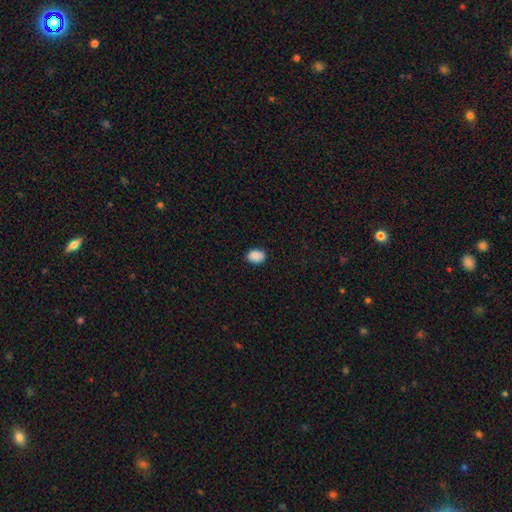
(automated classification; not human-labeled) The model was most divided on "how rounded": in between: 67%, round: 32%, cigar-shaped: 1%. More confident: smooth or featured — smooth (88%); merging — none (84%).